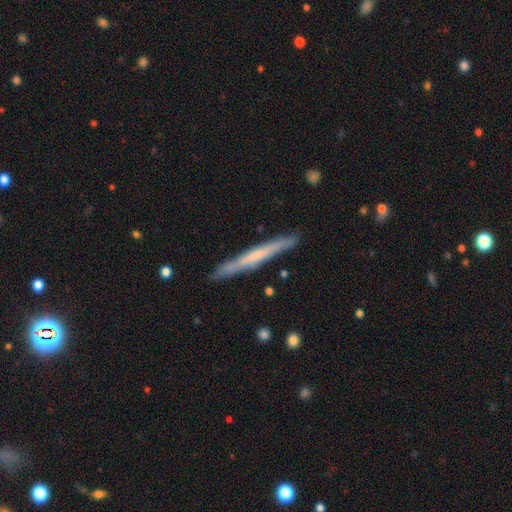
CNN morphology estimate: Smooth or featured: featured or disk — 54% (smooth — 41%)
Edge-on disk: yes — 94% (no — 6%)
Edge-on bulge: none — 68% (rounded — 25%)
Merging: none — 87% (minor disturbance — 10%)